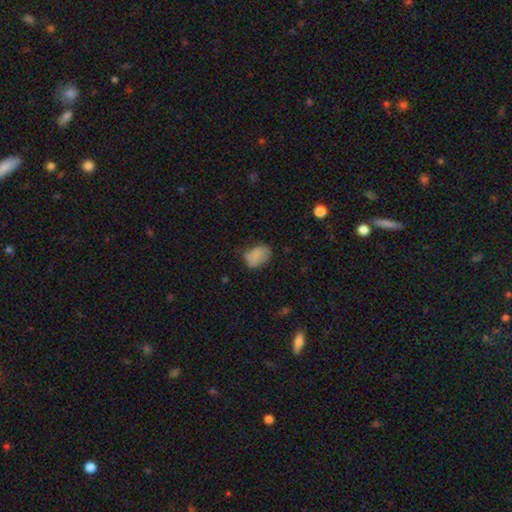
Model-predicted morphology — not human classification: A smooth galaxy with no disk features (75%) that is in between round and cigar-shaped (76%).

Vote fractions:
- Smooth or featured? smooth: 75% / featured or disk: 15% / star or artifact: 9%
- How rounded? in between: 76% / round: 23% / cigar-shaped: 1%
- Merging? none: 52% / minor disturbance: 33% / major disturbance: 12% / merger: 3%